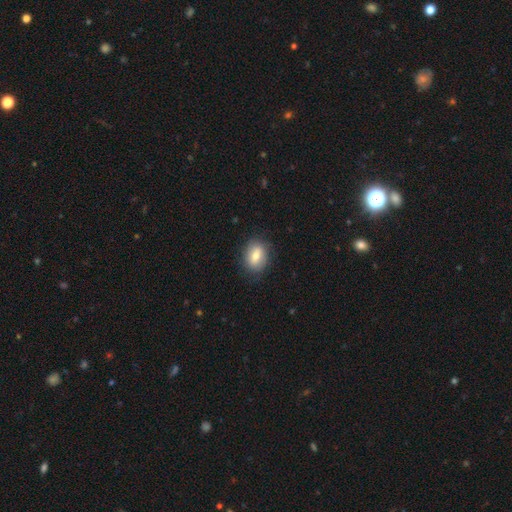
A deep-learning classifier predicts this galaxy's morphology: smooth_or_featured: smooth (p=0.71) [alt: featured or disk p=0.21]
how_rounded: in between (p=0.67) [alt: round p=0.31]
merging: none (p=0.81) [alt: minor disturbance p=0.14]